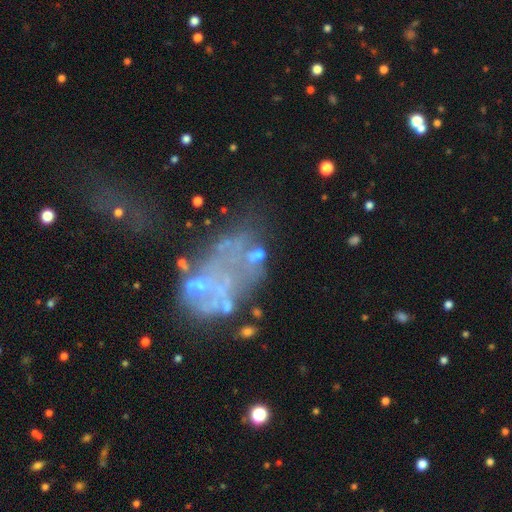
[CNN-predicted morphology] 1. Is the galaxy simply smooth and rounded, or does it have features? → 57% featured or disk, 24% star or artifact, 20% smooth.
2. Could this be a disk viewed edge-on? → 97% no, 3% yes.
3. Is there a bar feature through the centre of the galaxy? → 94% no, 4% weak, 2% strong.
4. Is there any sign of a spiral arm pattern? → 93% no, 7% yes.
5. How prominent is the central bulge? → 74% none, 14% small, 9% moderate, 2% large, 1% dominant.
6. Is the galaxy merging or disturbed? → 32% major disturbance, 29% none, 25% merger, 14% minor disturbance.